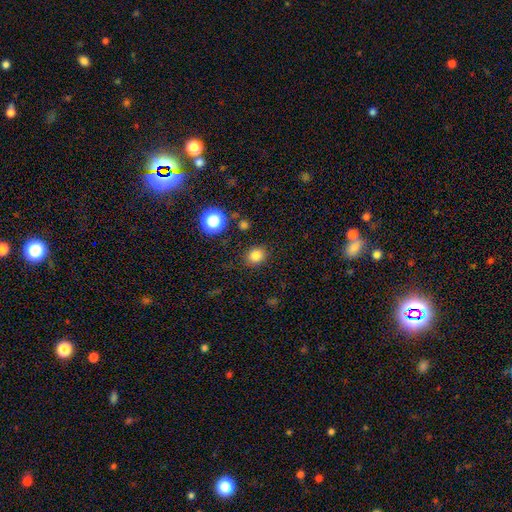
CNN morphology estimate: Smooth or featured?
  - smooth: 82% *
  - star or artifact: 13%
  - featured or disk: 4%
How rounded?
  - round: 69% *
  - in between: 30%
  - cigar-shaped: 1%
Merging?
  - none: 86% *
  - minor disturbance: 9%
  - major disturbance: 3%
  - merger: 2%